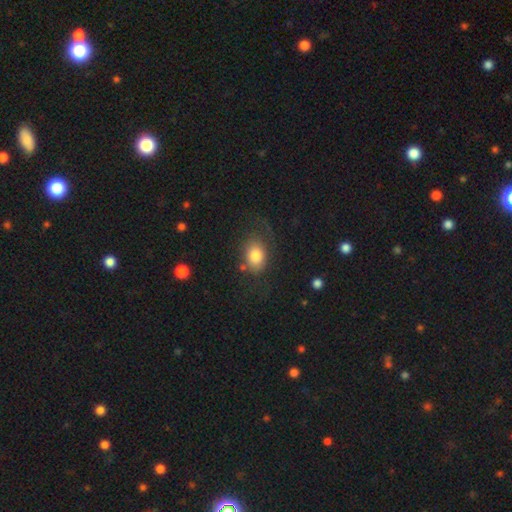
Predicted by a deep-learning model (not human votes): A smooth galaxy with no disk features (78%) that is in between round and cigar-shaped (73%). Merging: none (62%).